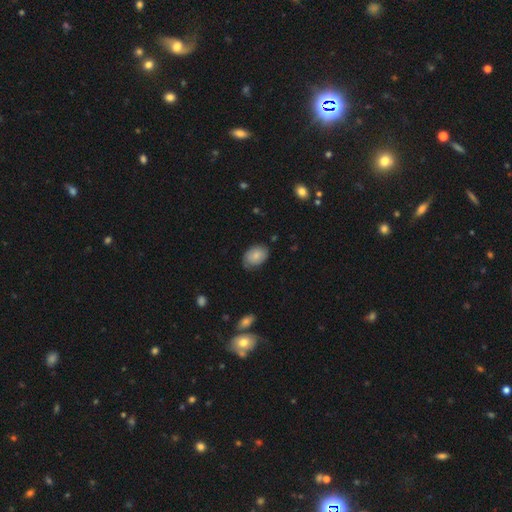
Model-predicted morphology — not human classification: The model was most divided on "merging": none: 72%, minor disturbance: 22%, major disturbance: 4%, merger: 1%. More confident: how rounded — in between (82%); smooth or featured — smooth (79%).